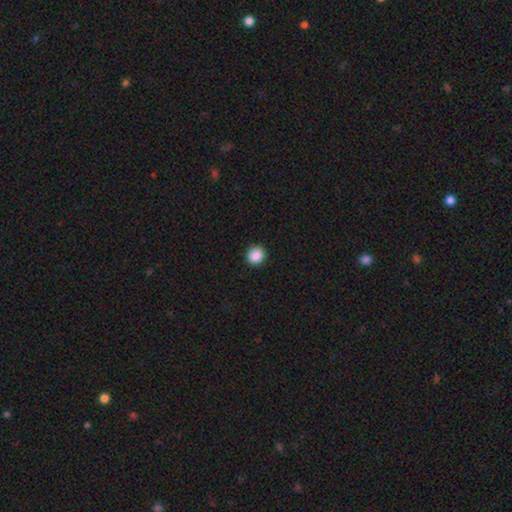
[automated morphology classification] smooth-or-featured: smooth: 88% | star or artifact: 9% | featured or disk: 2%
  how-rounded: round: 89% | in between: 10% | cigar-shaped: 1%
  merging: none: 91% | minor disturbance: 6% | major disturbance: 2% | merger: 1%